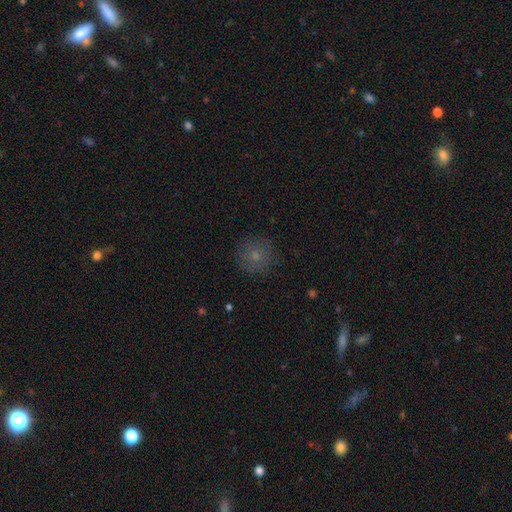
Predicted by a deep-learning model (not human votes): A smooth galaxy with no disk features (72%) that is round (93%).

Vote fractions:
- Smooth or featured? smooth: 72% / featured or disk: 14% / star or artifact: 14%
- How rounded? round: 93% / in between: 6% / cigar-shaped: 1%
- Merging? none: 85% / minor disturbance: 11% / major disturbance: 3% / merger: 1%